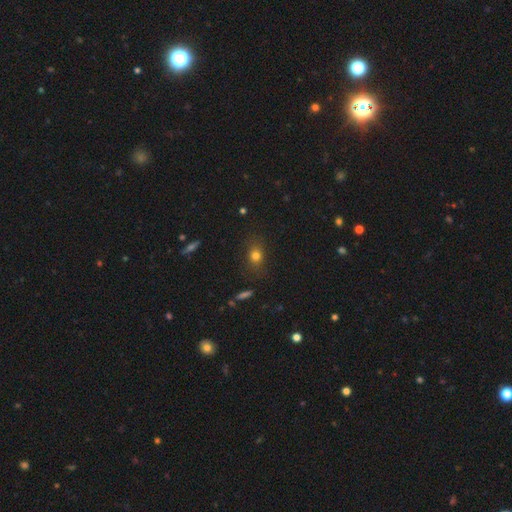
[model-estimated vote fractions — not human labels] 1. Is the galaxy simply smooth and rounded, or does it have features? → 75% smooth, 15% star or artifact, 10% featured or disk.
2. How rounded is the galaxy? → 51% round, 46% in between, 3% cigar-shaped.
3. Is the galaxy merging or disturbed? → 80% none, 14% minor disturbance, 4% major disturbance, 2% merger.